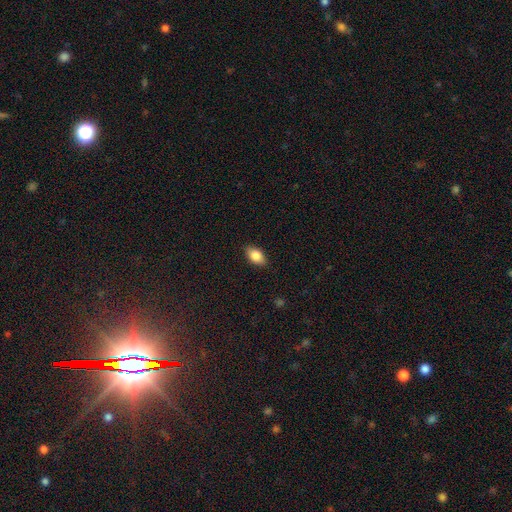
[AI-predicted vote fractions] This appears to be a smooth galaxy with no disk features (85%) that is in between round and cigar-shaped (90%). Merging: none (86%).